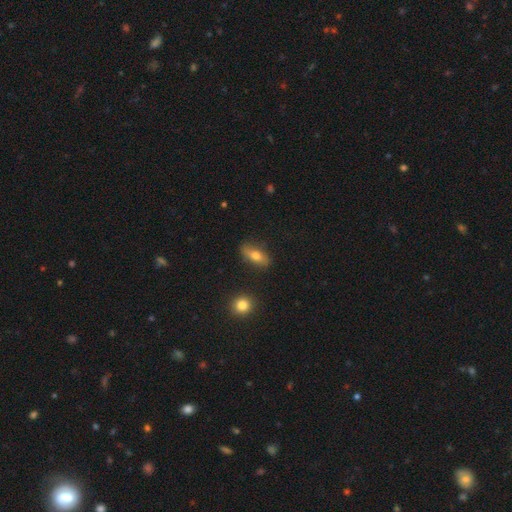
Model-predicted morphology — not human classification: Smooth or featured? Predicted: smooth (p=0.66). How rounded? Predicted: in between (p=0.72). Merging? Predicted: none (p=0.83).